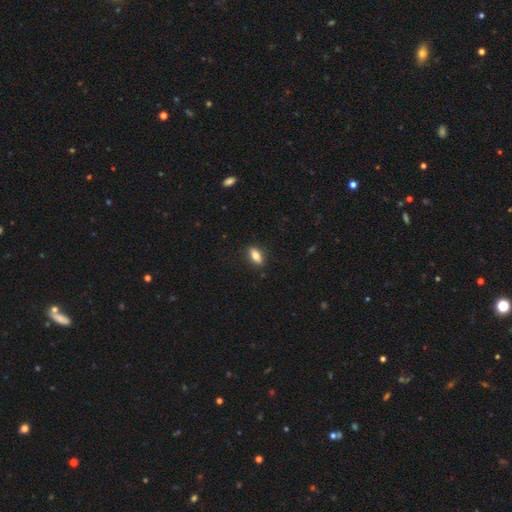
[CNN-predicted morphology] smooth 76%, featured or disk 17%, star or artifact 7%. Down the decision tree: how rounded — in between (81%); merging — none (87%).